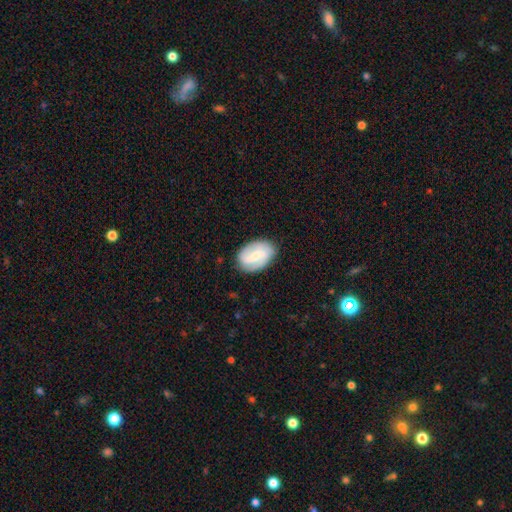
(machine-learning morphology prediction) The model was most divided on "spiral winding": medium: 40%, loose: 36%, tight: 24%. More confident: edge-on disk — no (97%); spiral arms — yes (89%); merging — none (80%); spiral arm count — 2 (76%); smooth or featured — featured or disk (62%); bulge size — small (56%); bar — weak (52%).